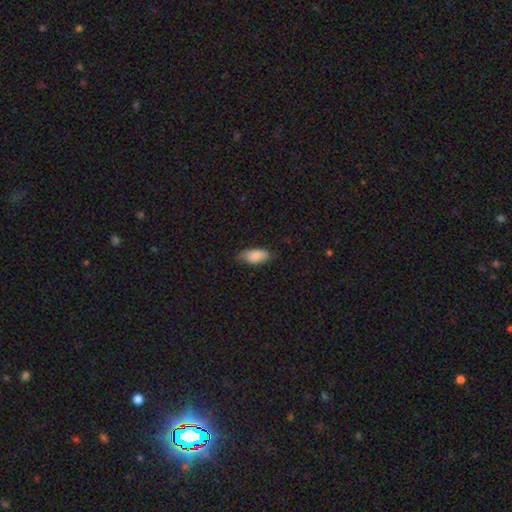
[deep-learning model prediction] This appears to be a smooth galaxy with no disk features (83%) that is in between round and cigar-shaped (90%). Merging: none (73%).